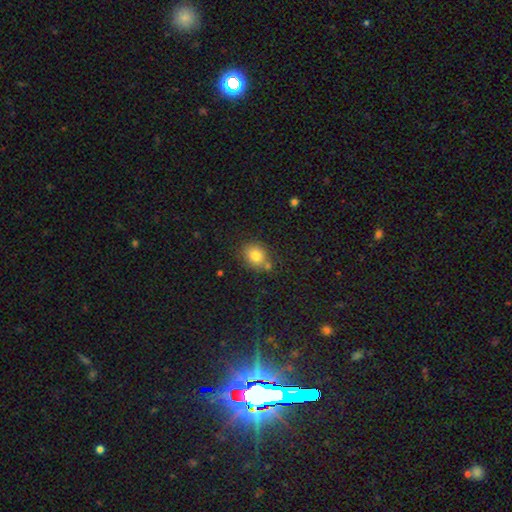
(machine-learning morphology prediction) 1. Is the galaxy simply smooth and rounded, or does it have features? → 80% smooth, 11% star or artifact, 9% featured or disk.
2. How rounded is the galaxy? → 61% round, 38% in between, 1% cigar-shaped.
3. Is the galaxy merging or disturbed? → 70% none, 15% minor disturbance, 11% merger, 4% major disturbance.